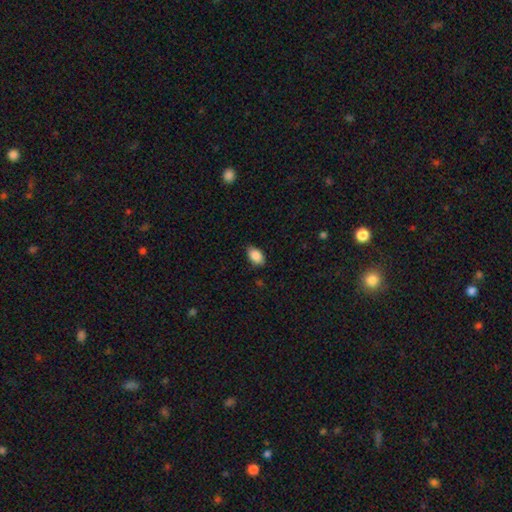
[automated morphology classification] Smooth or featured? Predicted: smooth (p=0.88). How rounded? Predicted: in between (p=0.91). Merging? Predicted: none (p=0.80).